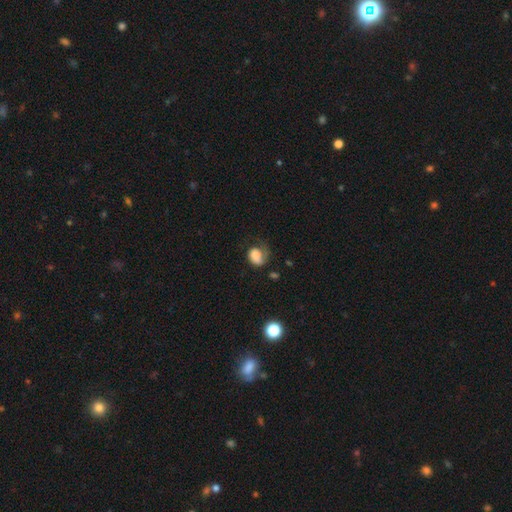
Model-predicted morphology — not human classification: Q: Smooth or featured?
A: smooth (62%); runner-up: featured or disk (29%)
Q: How rounded?
A: in between (54%); runner-up: round (45%)
Q: Merging?
A: major disturbance (41%); runner-up: none (31%)